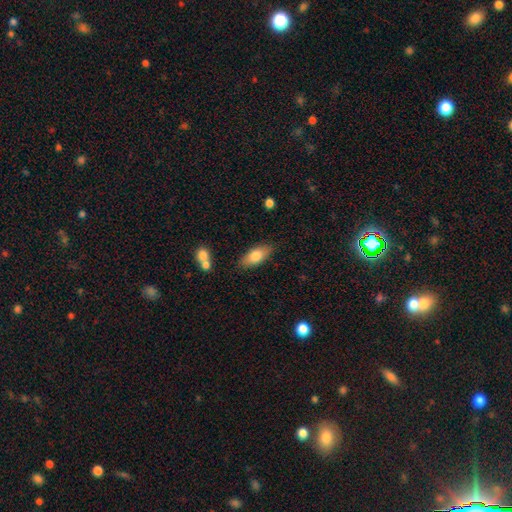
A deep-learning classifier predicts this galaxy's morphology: type=smooth (77%); roundness=in between (82%); merging=none (83%).